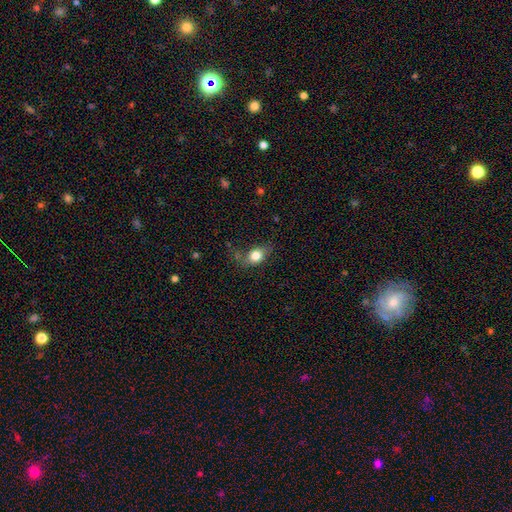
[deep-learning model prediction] smooth 79%, featured or disk 11%, star or artifact 10%. Down the decision tree: how rounded — in between (65%); merging — none (59%).